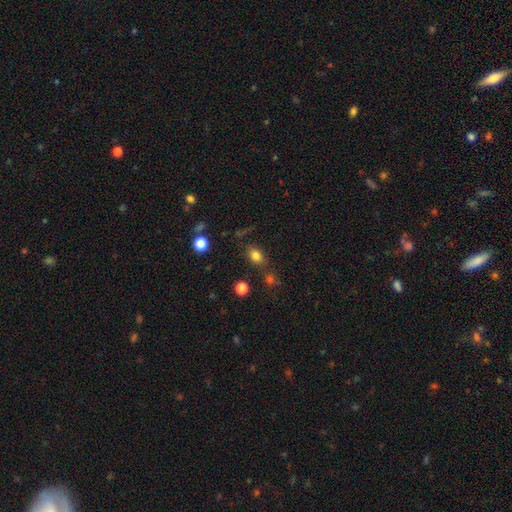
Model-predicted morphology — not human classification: Overall: smooth (80%). How rounded: in between (67%; round 31%). Merging: none (71%).